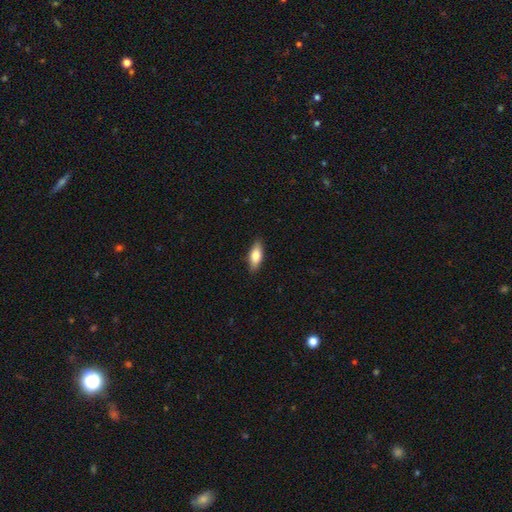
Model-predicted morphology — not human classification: Overall: smooth (77%). How rounded: in between (76%). Merging: none (87%).